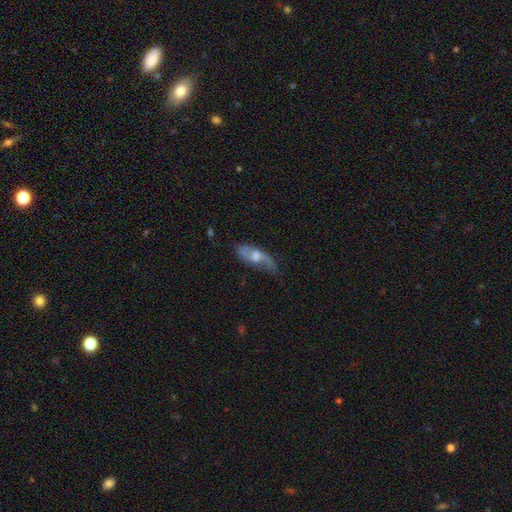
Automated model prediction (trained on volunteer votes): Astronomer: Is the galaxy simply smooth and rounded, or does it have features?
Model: featured or disk — 65%.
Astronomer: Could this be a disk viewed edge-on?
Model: no — 81%.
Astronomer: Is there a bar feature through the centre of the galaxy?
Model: no — 60%.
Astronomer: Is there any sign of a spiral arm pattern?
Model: yes — 83%.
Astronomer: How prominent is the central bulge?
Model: moderate — 64%.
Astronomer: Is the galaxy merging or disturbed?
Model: none — 62%.